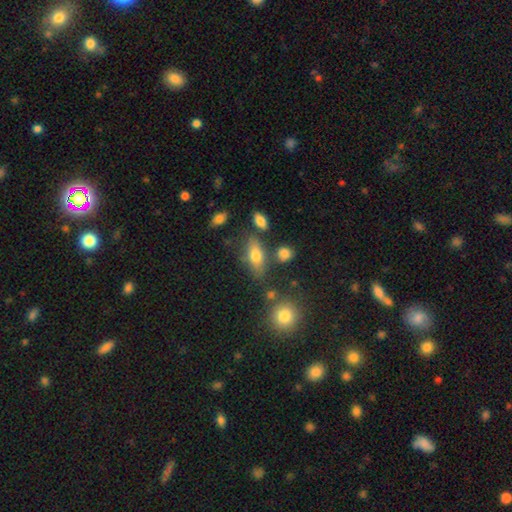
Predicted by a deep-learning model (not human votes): This is likely a smooth galaxy (69%). How rounded: likely in between (76%). Merging: likely none (68%).